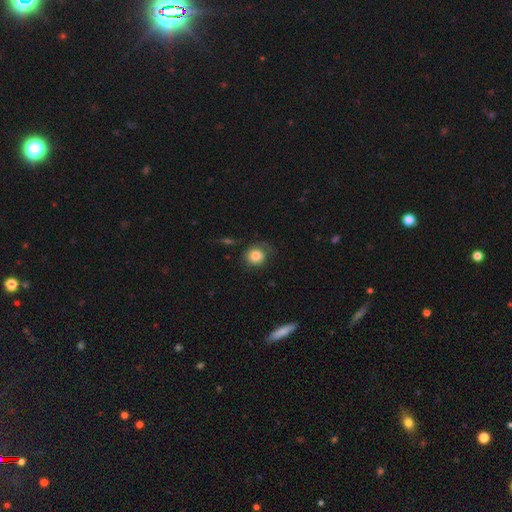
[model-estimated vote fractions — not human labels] Smooth or featured: smooth — 78% (featured or disk — 14%)
How rounded: round — 79% (in between — 20%)
Merging: none — 59% (minor disturbance — 24%)